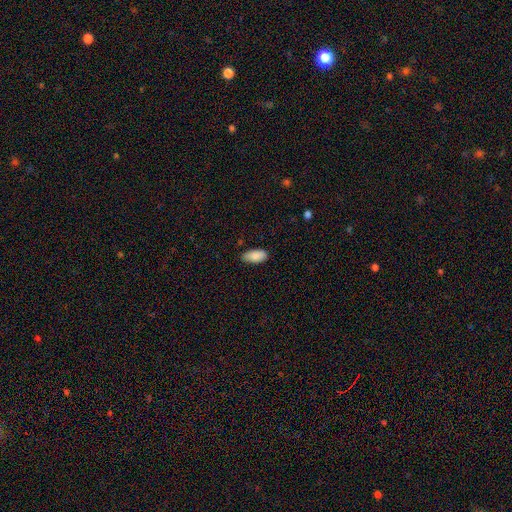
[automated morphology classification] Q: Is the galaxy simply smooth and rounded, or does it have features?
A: smooth — 89%.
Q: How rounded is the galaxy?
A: in between — 92%.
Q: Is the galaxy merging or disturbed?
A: none — 77%.